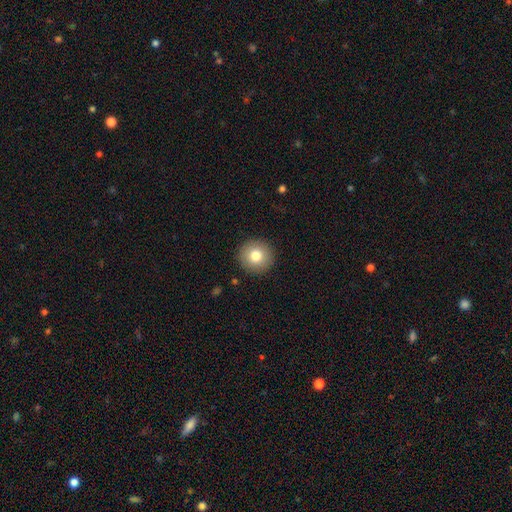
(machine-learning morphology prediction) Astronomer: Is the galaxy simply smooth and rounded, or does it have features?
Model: smooth — 78%.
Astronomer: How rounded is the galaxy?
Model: round — 95%.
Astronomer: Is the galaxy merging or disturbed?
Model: none — 92%.